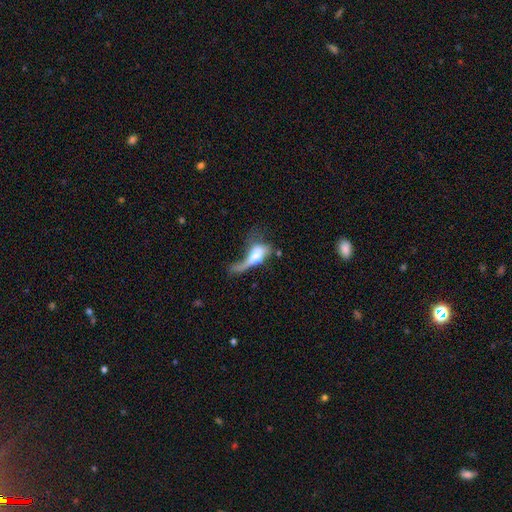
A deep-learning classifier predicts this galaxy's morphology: Q: Smooth or featured?
A: smooth (52%); runner-up: featured or disk (40%)
Q: How rounded?
A: in between (65%); runner-up: cigar-shaped (25%)
Q: Merging?
A: major disturbance (56%); runner-up: minor disturbance (17%)